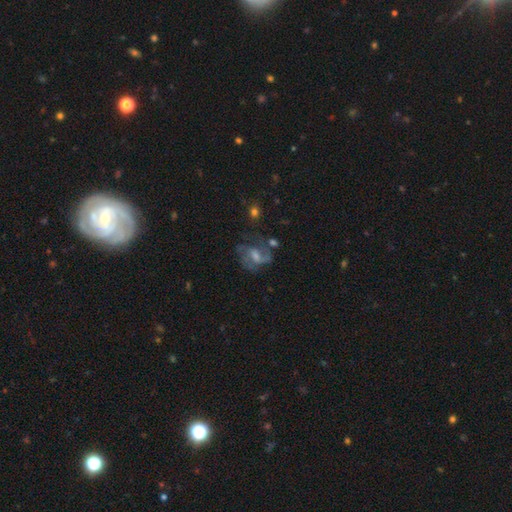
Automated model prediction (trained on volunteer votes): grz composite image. It shows a featured or disk galaxy (62%) with a weak bar (48%), spiral arms (71%) and a moderate central bulge (40%). Merging: none (42%).